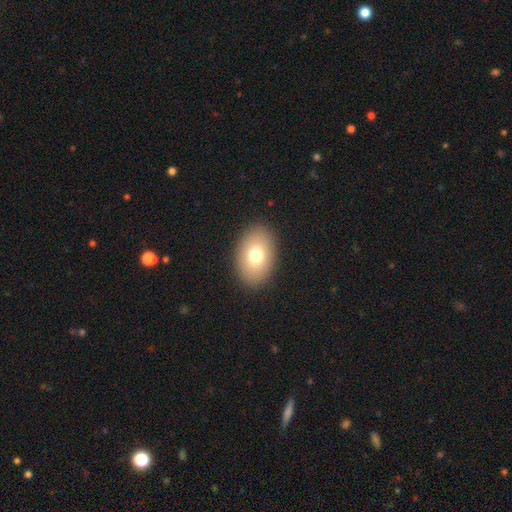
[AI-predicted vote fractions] Smooth or featured?
  - smooth: 75% *
  - featured or disk: 16%
  - star or artifact: 9%
How rounded?
  - in between: 86% *
  - round: 13%
  - cigar-shaped: 1%
Merging?
  - none: 89% *
  - minor disturbance: 8%
  - major disturbance: 3%
  - merger: 1%